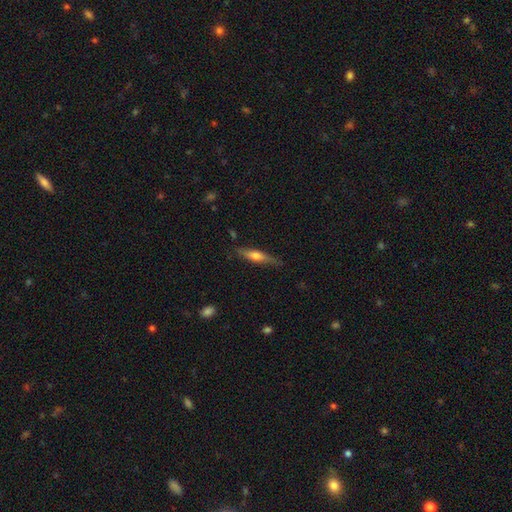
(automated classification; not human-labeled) smooth-or-featured: smooth: 53% | featured or disk: 41% | star or artifact: 6%
  how-rounded: cigar-shaped: 78% | in between: 20% | round: 2%
  merging: none: 76% | minor disturbance: 18% | major disturbance: 4% | merger: 2%